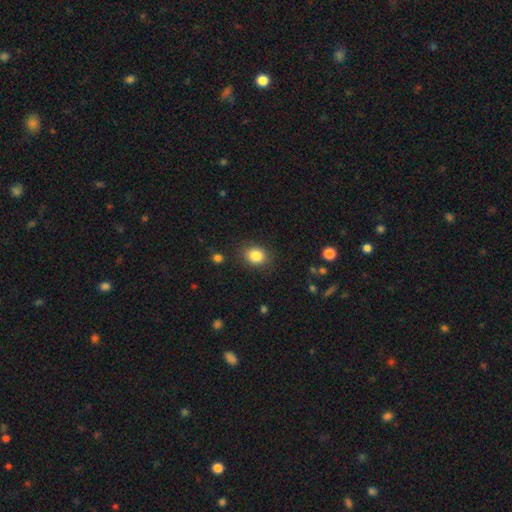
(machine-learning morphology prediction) This is clearly a smooth galaxy (85%). How rounded: possibly round (54%). Merging: clearly none (85%).